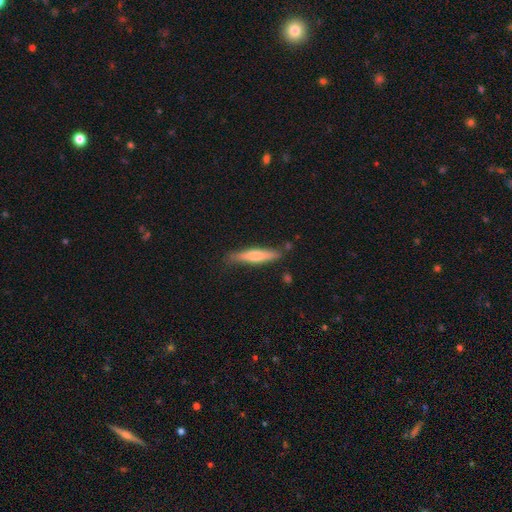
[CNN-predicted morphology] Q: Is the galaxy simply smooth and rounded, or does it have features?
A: smooth — 64%.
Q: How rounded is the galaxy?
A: cigar-shaped — 87%.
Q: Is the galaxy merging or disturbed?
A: none — 79%.